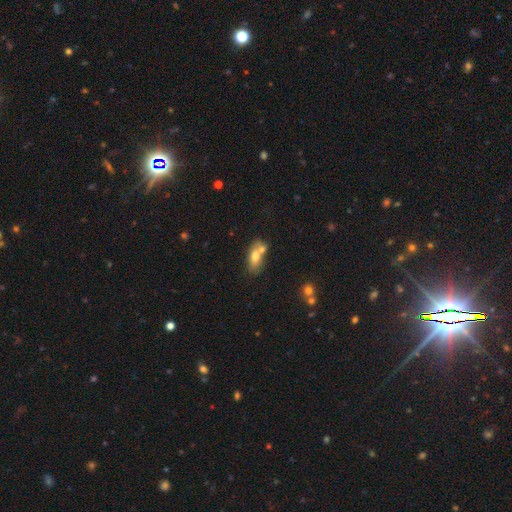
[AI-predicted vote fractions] Q: Smooth or featured?
A: smooth (70%); runner-up: featured or disk (22%)
Q: How rounded?
A: in between (84%); runner-up: round (10%)
Q: Merging?
A: merger (47%); runner-up: none (35%)